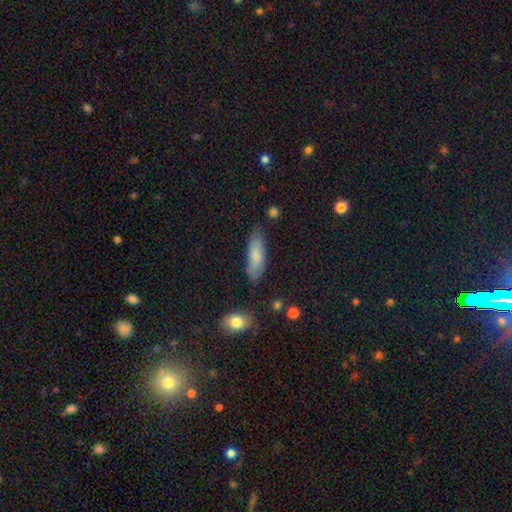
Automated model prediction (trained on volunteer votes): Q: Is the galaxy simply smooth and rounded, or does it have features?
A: smooth — 79%.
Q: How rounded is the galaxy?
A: in between — 54%.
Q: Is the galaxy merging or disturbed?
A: none — 75%.